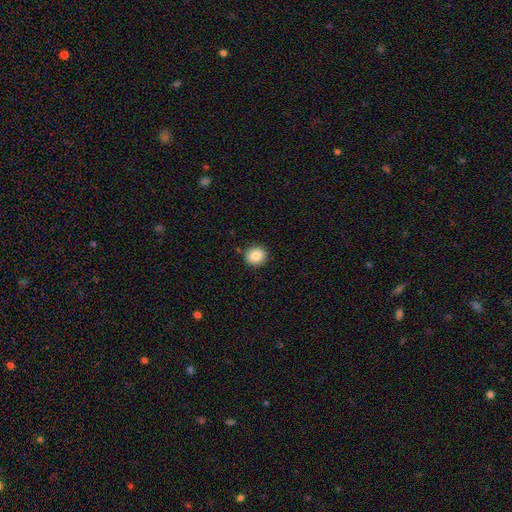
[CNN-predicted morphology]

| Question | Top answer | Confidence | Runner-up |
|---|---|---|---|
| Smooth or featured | smooth | 85% | star or artifact (9%) |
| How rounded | round | 86% | in between (13%) |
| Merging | none | 90% | minor disturbance (7%) |